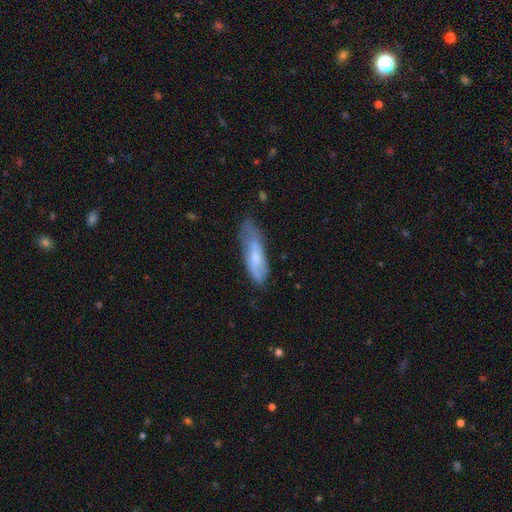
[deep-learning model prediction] Morphology: type=smooth (57%); roundness=cigar-shaped (50%); merging=none (55%).